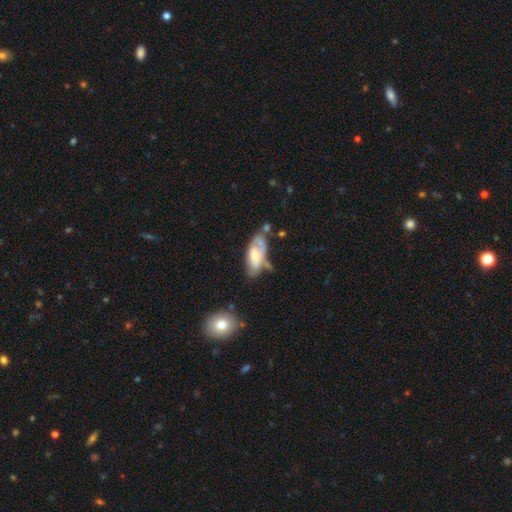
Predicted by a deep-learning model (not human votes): Smooth or featured? Predicted: smooth (p=0.55). How rounded? Predicted: in between (p=0.86). Merging? Predicted: none (p=0.37).